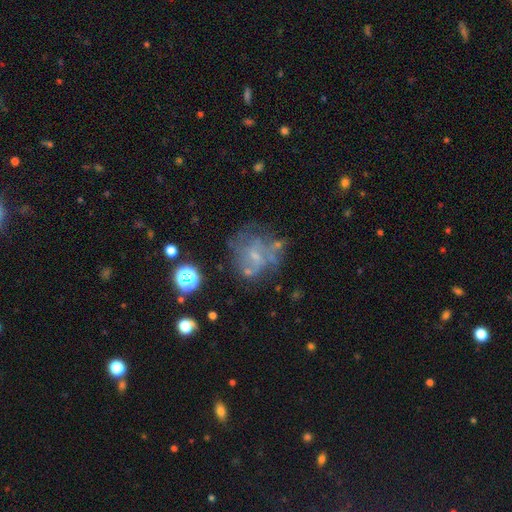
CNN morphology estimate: smooth-or-featured: featured or disk: 56% | smooth: 27% | star or artifact: 17%
  disk-edge-on: no: 98% | yes: 2%
    bar: no: 62% | weak: 32% | strong: 6%
    has-spiral-arms: no: 54% | yes: 46%
    bulge-size: small: 56% | none: 23% | moderate: 18% | large: 1% | dominant: 1%
  merging: none: 48% | major disturbance: 24% | minor disturbance: 20% | merger: 8%